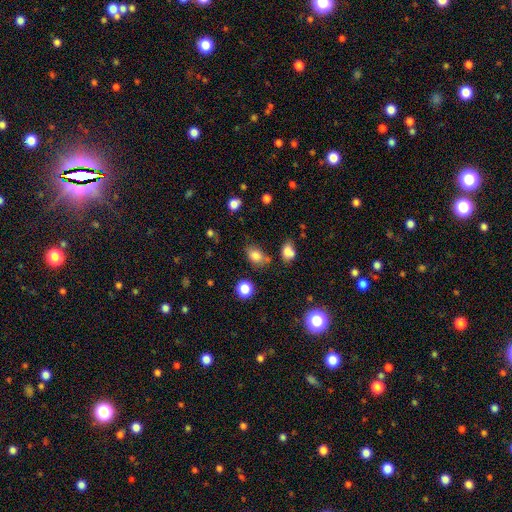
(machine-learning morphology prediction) This is clearly a smooth galaxy (80%). How rounded: likely in between (73%). Merging: likely none (68%).